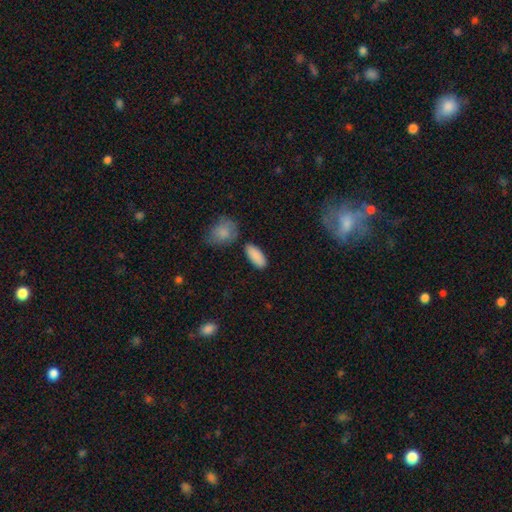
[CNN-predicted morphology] smooth-or-featured: smooth: 89% | star or artifact: 7% | featured or disk: 5%
  how-rounded: in between: 87% | cigar-shaped: 11% | round: 2%
  merging: none: 79% | minor disturbance: 12% | merger: 6% | major disturbance: 3%